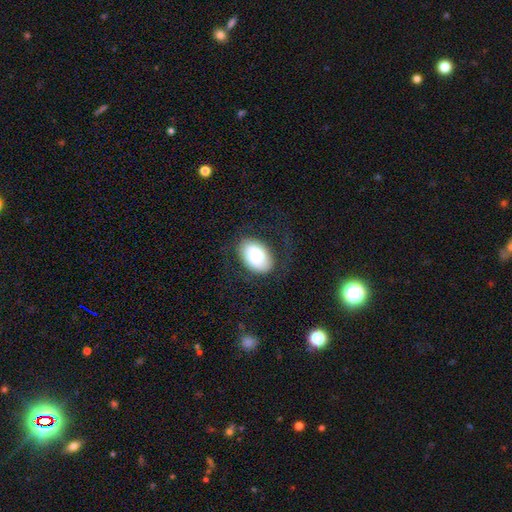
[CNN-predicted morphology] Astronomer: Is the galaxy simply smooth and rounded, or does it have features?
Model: smooth — 65%.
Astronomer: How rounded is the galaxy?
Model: in between — 87%.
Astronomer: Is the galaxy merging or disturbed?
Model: none — 63%.